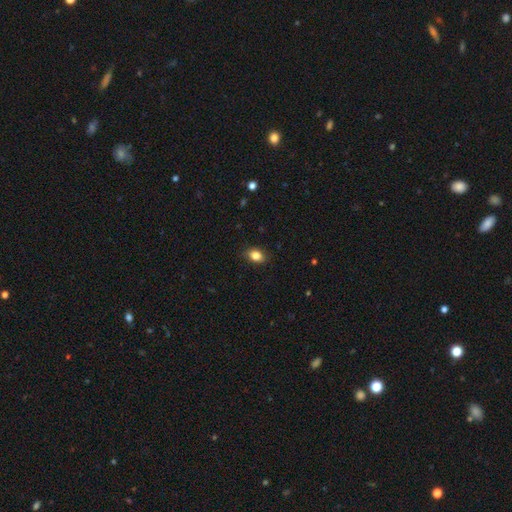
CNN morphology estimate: smooth_or_featured: smooth (p=0.84) [alt: star or artifact p=0.09]
how_rounded: in between (p=0.75) [alt: round p=0.23]
merging: none (p=0.85) [alt: minor disturbance p=0.12]